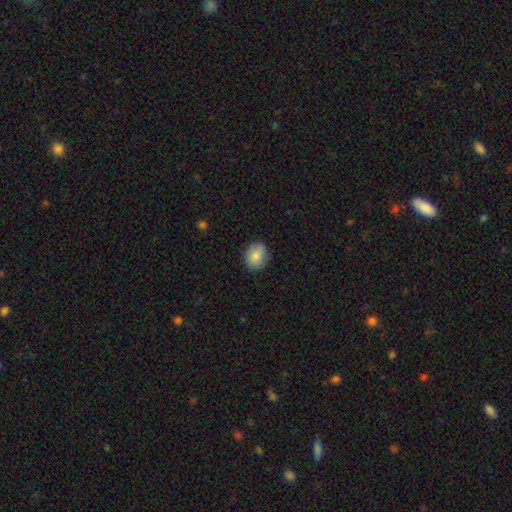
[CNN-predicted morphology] Smooth or featured?
  - smooth: 85% *
  - featured or disk: 8%
  - star or artifact: 7%
How rounded?
  - round: 56% *
  - in between: 43%
  - cigar-shaped: 1%
Merging?
  - none: 84% *
  - minor disturbance: 13%
  - major disturbance: 3%
  - merger: 1%